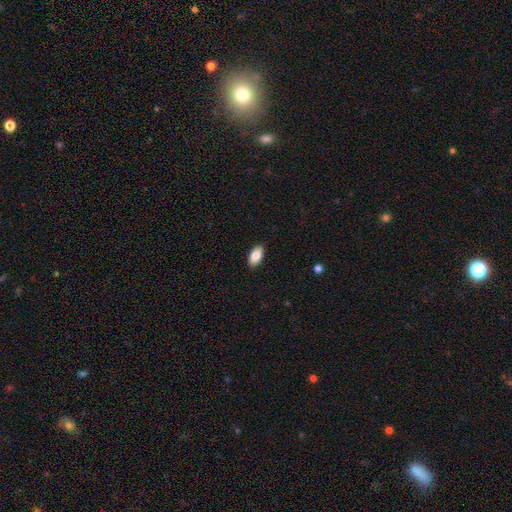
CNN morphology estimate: Q: Smooth or featured?
A: smooth (86%); runner-up: featured or disk (8%)
Q: How rounded?
A: in between (93%); runner-up: cigar-shaped (4%)
Q: Merging?
A: none (90%); runner-up: minor disturbance (8%)